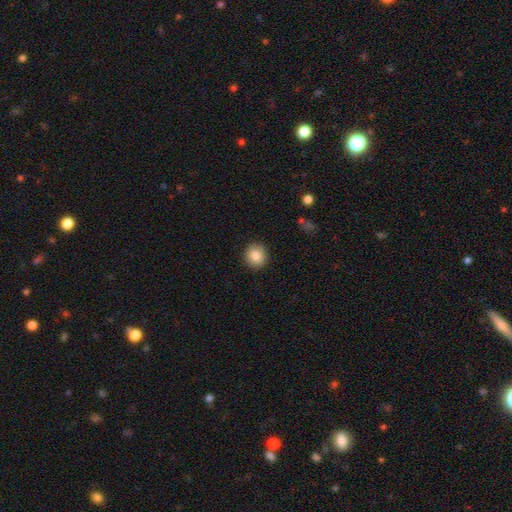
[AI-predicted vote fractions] A smooth galaxy with no disk features (85%) that is round (85%).

Vote fractions:
- Smooth or featured? smooth: 85% / star or artifact: 9% / featured or disk: 6%
- How rounded? round: 85% / in between: 14% / cigar-shaped: 1%
- Merging? none: 91% / minor disturbance: 6% / major disturbance: 2% / merger: 1%